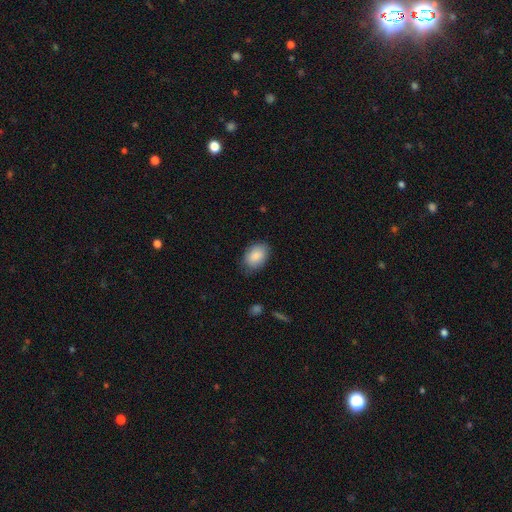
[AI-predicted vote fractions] A smooth galaxy with no disk features (87%) that is in between round and cigar-shaped (86%).

Vote fractions:
- Smooth or featured? smooth: 87% / featured or disk: 7% / star or artifact: 6%
- How rounded? in between: 86% / round: 13% / cigar-shaped: 1%
- Merging? none: 78% / minor disturbance: 17% / major disturbance: 4% / merger: 1%